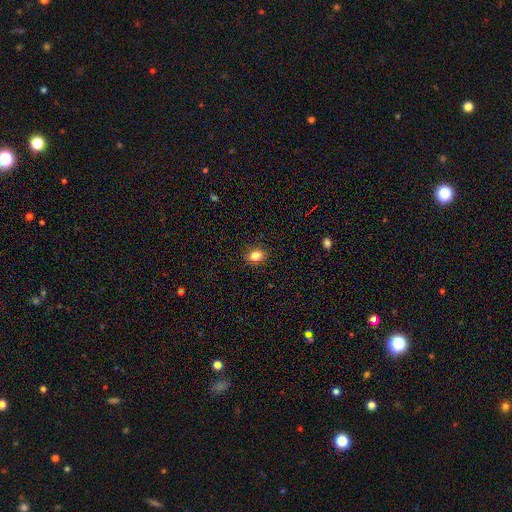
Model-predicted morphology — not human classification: type=smooth (83%); roundness=in between (62%); merging=none (89%).